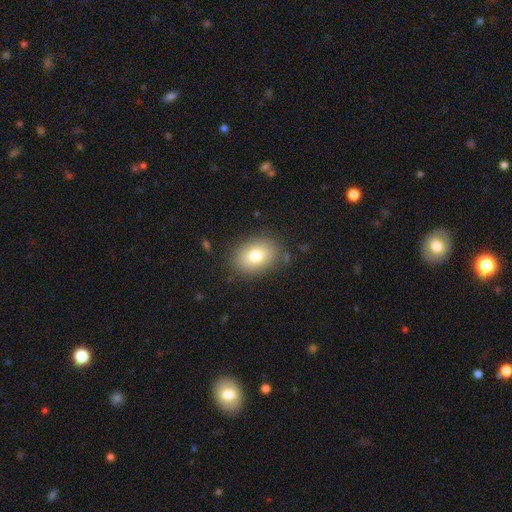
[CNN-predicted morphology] A smooth galaxy with no disk features (78%) that is in between round and cigar-shaped (76%). Merging: none (84%).